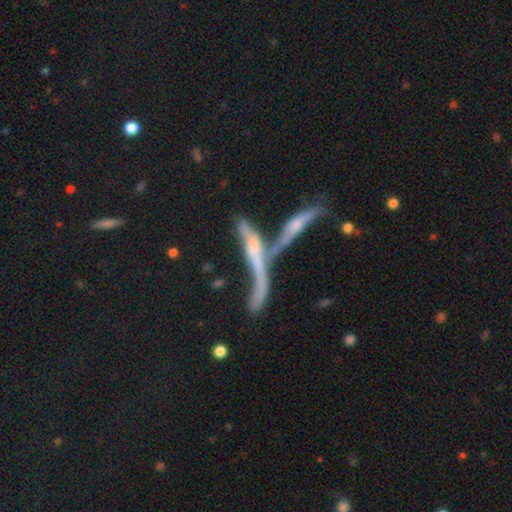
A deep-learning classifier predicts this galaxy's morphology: Smooth or featured?
  - featured or disk: 58% *
  - smooth: 27%
  - star or artifact: 15%
Edge-on disk?
  - yes: 67% *
  - no: 33%
Merging?
  - merger: 54% *
  - none: 24%
  - major disturbance: 12%
  - minor disturbance: 10%